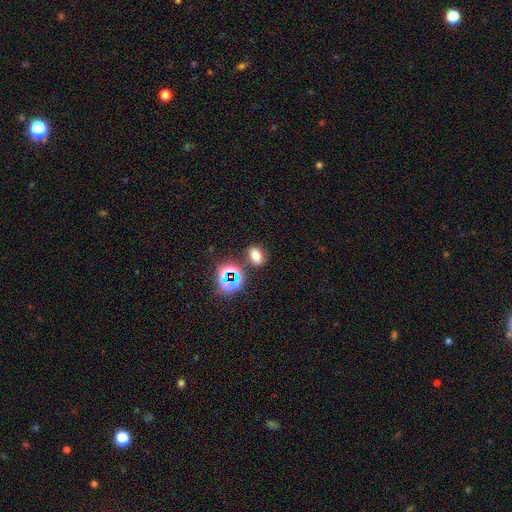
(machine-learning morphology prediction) Smooth or featured: smooth — 66% (star or artifact — 25%)
How rounded: in between — 73% (round — 25%)
Merging: none — 76% (minor disturbance — 11%)